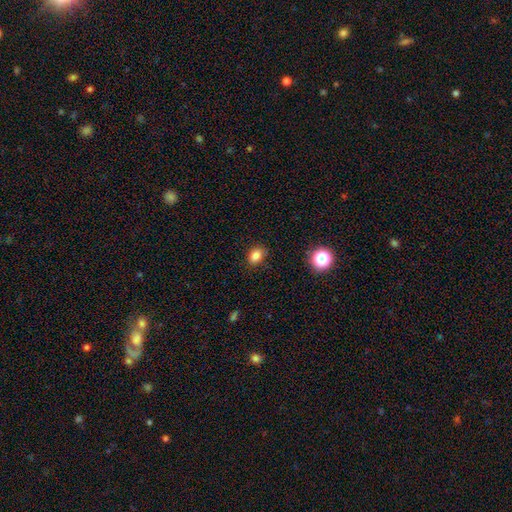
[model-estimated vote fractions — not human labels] Smooth or featured: smooth — 83% (star or artifact — 12%)
How rounded: in between — 61% (round — 38%)
Merging: none — 85% (minor disturbance — 11%)